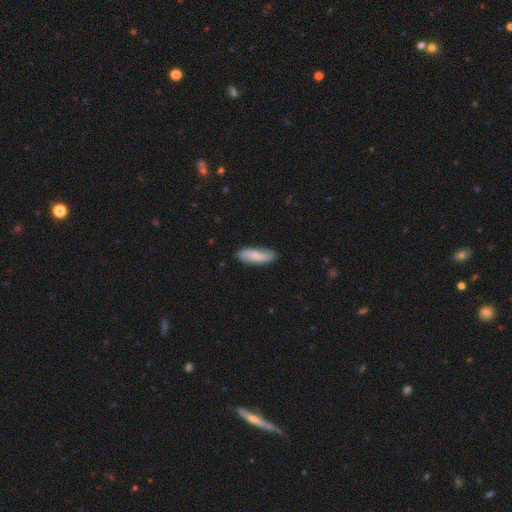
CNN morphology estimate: Overall: smooth (65%; featured or disk 28%). How rounded: in between (55%; cigar-shaped 43%). Merging: none (80%).